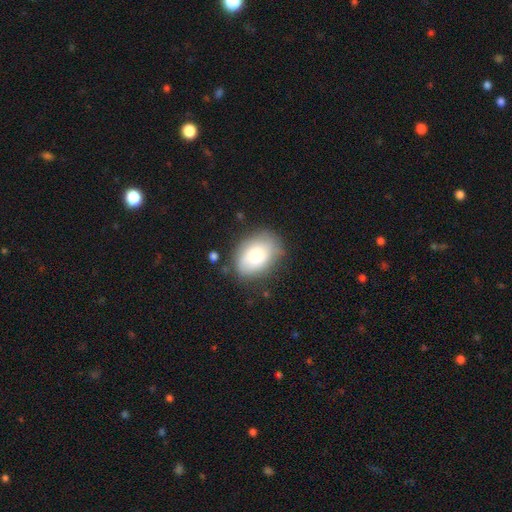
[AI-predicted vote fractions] Smooth or featured? smooth (74%)
How rounded? in between (78%)
Merging? none (73%)